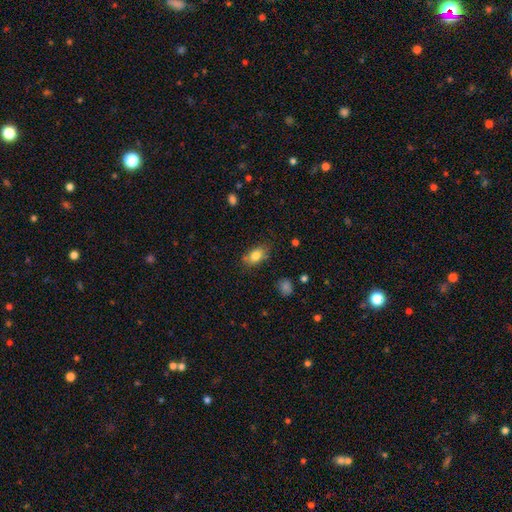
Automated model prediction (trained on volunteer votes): Morphology: type=smooth (81%); roundness=in between (85%); merging=none (72%).